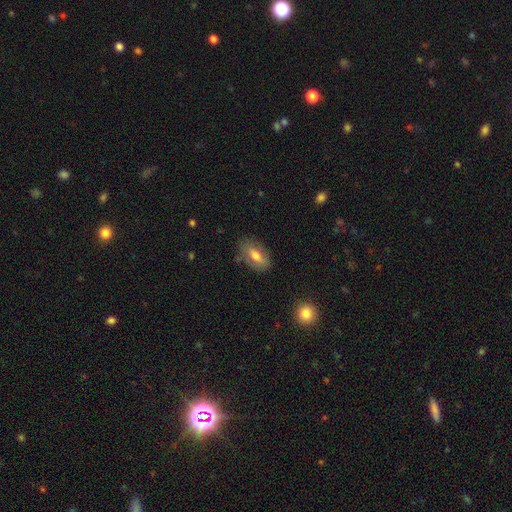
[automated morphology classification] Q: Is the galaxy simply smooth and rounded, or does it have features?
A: smooth — 71%.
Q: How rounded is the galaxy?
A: in between — 87%.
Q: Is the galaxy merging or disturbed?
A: none — 77%.